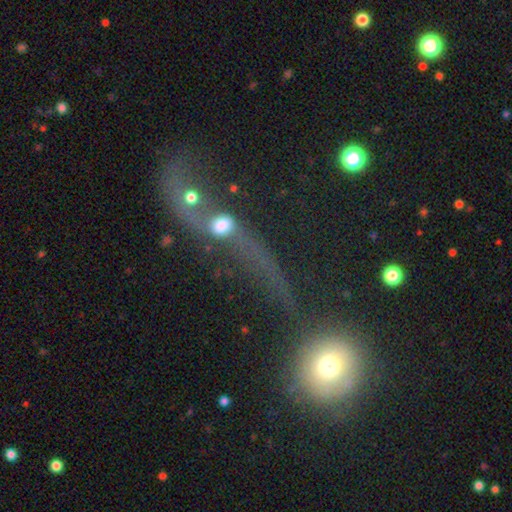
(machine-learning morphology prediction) type=featured or disk (51%); edge-on=no (71%); merging=major disturbance (32%).